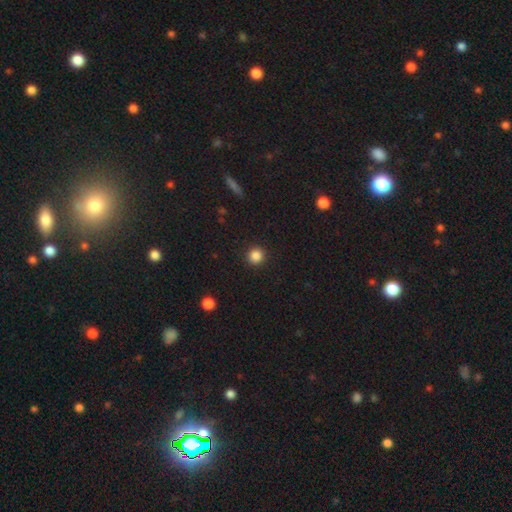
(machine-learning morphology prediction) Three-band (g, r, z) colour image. It shows a smooth galaxy with no disk features (86%) that is round (94%). Merging: none (92%).